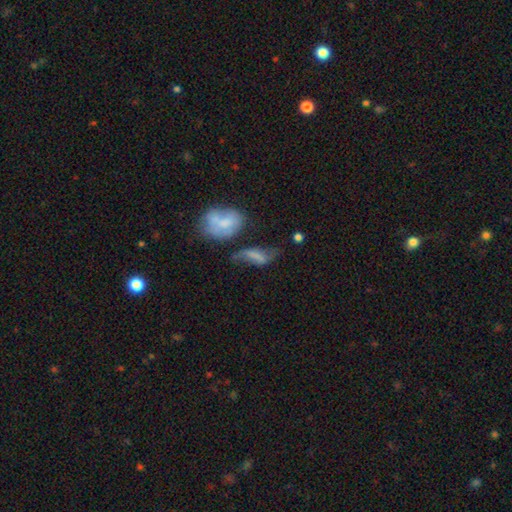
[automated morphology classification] Q: Smooth or featured?
A: smooth (54%); runner-up: featured or disk (35%)
Q: How rounded?
A: in between (74%); runner-up: cigar-shaped (20%)
Q: Merging?
A: none (35%); runner-up: minor disturbance (27%)